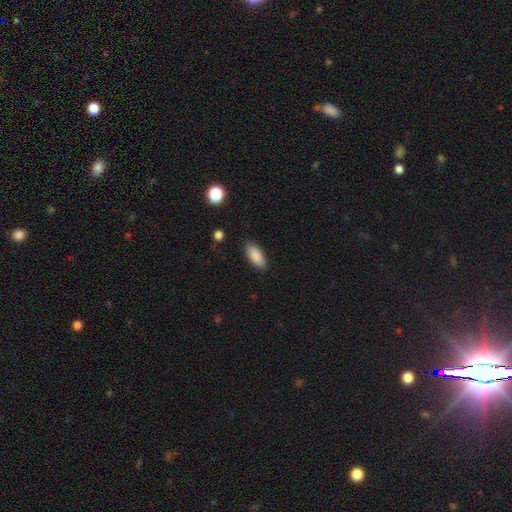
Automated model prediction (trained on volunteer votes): Smooth or featured?
  - smooth: 88% *
  - star or artifact: 7%
  - featured or disk: 5%
How rounded?
  - in between: 85% *
  - cigar-shaped: 13%
  - round: 2%
Merging?
  - none: 86% *
  - minor disturbance: 10%
  - major disturbance: 2%
  - merger: 1%